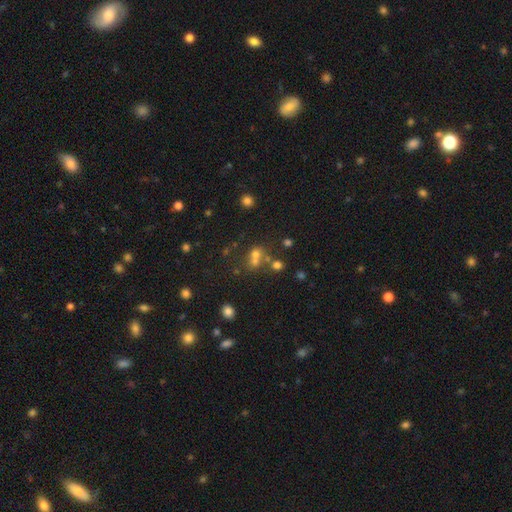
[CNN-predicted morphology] Q: Smooth or featured?
A: smooth (54%); runner-up: star or artifact (29%)
Q: How rounded?
A: round (74%); runner-up: in between (25%)
Q: Merging?
A: merger (47%); runner-up: none (39%)